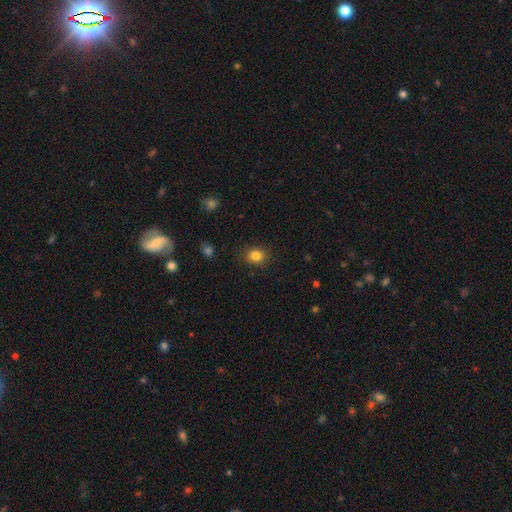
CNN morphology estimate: This is clearly a smooth galaxy (84%). How rounded: likely round (72%). Merging: clearly none (88%).